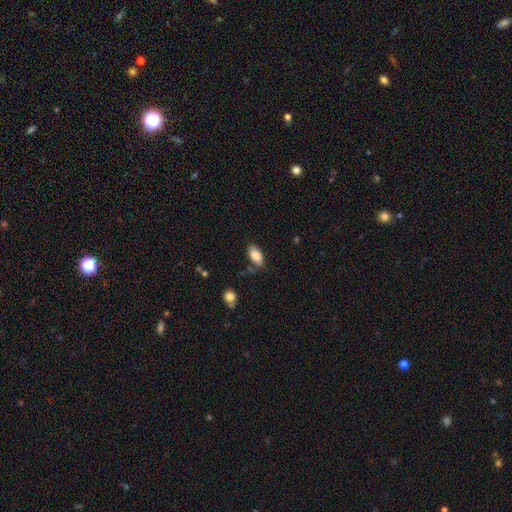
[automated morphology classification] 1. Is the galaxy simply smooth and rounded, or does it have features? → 85% smooth, 8% star or artifact, 8% featured or disk.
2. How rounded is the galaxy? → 92% in between, 5% cigar-shaped, 4% round.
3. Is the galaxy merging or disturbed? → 76% none, 17% minor disturbance, 4% major disturbance, 3% merger.